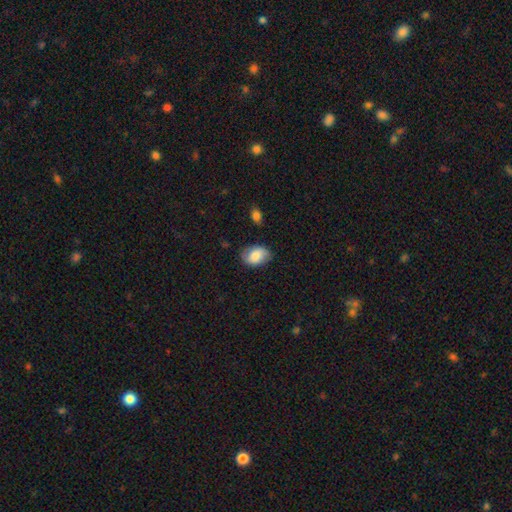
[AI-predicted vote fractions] Morphology: type=smooth (73%); roundness=in between (81%); merging=none (76%).